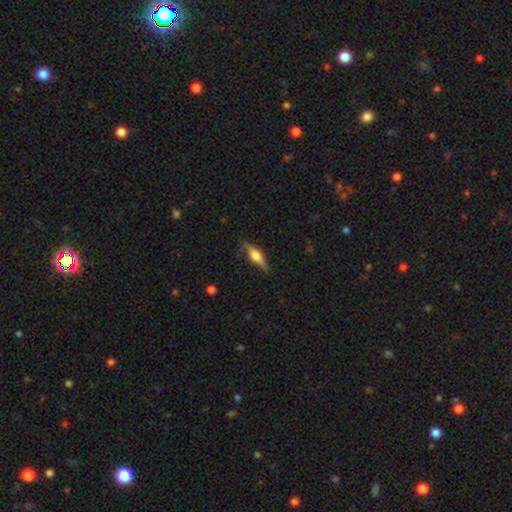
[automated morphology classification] smooth_or_featured: featured or disk (p=0.62) [alt: smooth p=0.32]
disk_edge_on: yes (p=0.95) [alt: no p=0.05]
edge_on_bulge: rounded (p=0.88) [alt: boxy p=0.10]
merging: none (p=0.83) [alt: minor disturbance p=0.13]